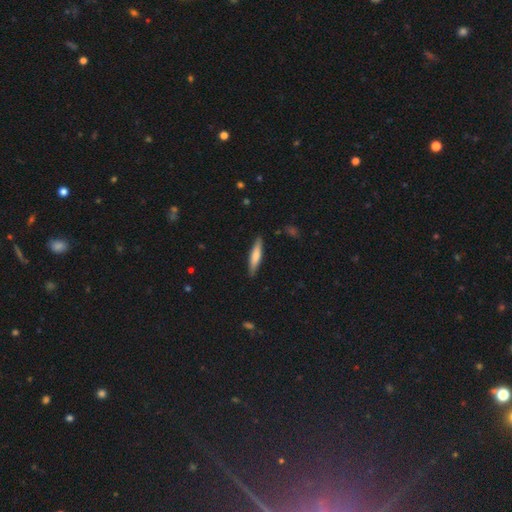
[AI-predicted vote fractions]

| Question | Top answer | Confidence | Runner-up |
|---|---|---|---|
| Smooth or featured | smooth | 66% | featured or disk (29%) |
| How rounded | cigar-shaped | 85% | in between (13%) |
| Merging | none | 88% | minor disturbance (9%) |